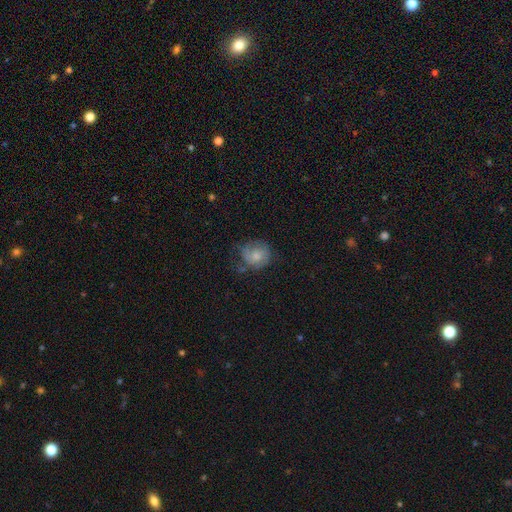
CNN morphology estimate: Smooth or featured? Predicted: smooth (p=0.62). How rounded? Predicted: round (p=0.76). Merging? Predicted: none (p=0.48).